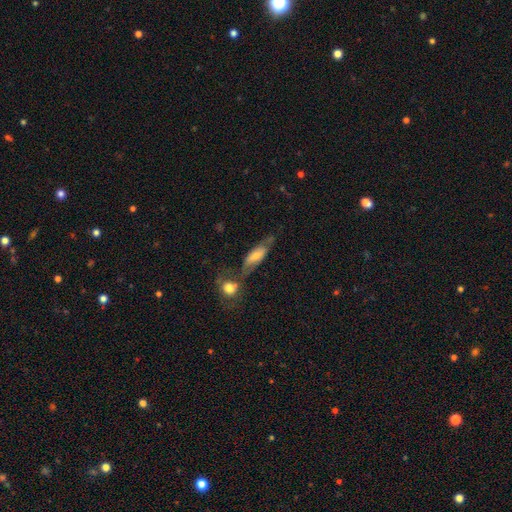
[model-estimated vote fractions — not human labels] smooth 56%, featured or disk 36%, star or artifact 7%. Down the decision tree: how rounded — in between (62%); merging — none (41%).